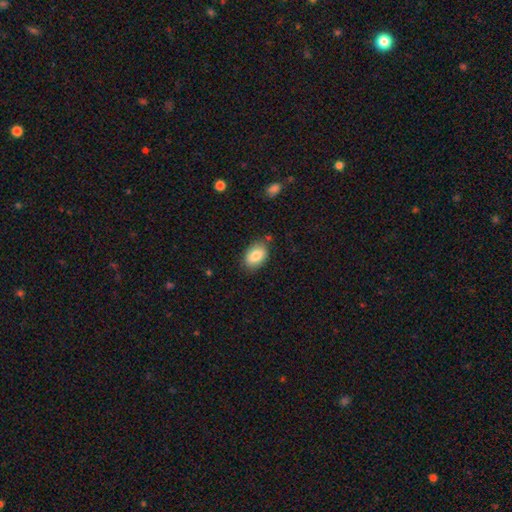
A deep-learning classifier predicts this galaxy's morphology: Smooth or featured: smooth — 82% (featured or disk — 11%)
How rounded: in between — 90% (round — 9%)
Merging: none — 80% (minor disturbance — 14%)